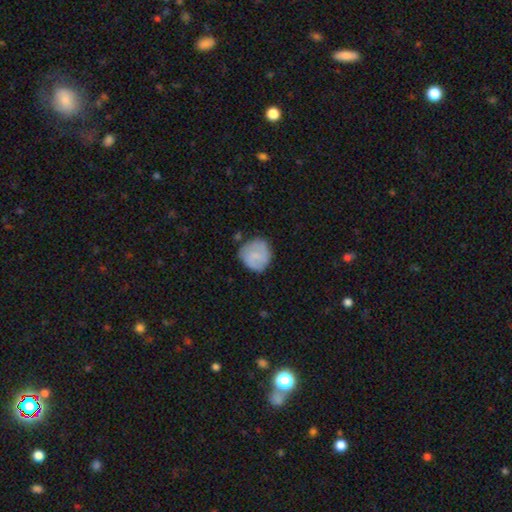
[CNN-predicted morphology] Smooth or featured? Predicted: smooth (p=0.67). How rounded? Predicted: round (p=0.88). Merging? Predicted: none (p=0.69).